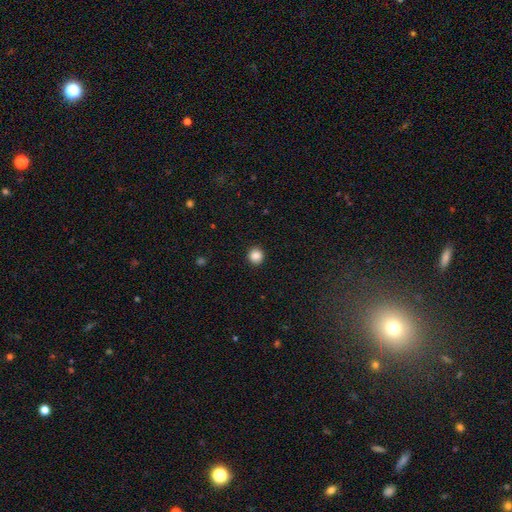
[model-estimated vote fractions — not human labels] Smooth or featured? smooth (86%)
How rounded? round (90%)
Merging? none (92%)